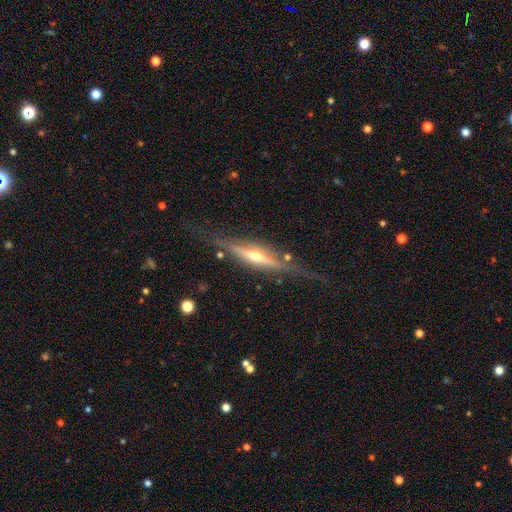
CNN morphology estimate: Smooth or featured? Predicted: featured or disk (p=0.81). Edge-on disk? Predicted: yes (p=0.96). Edge-on bulge? Predicted: rounded (p=0.88). Merging? Predicted: none (p=0.76).